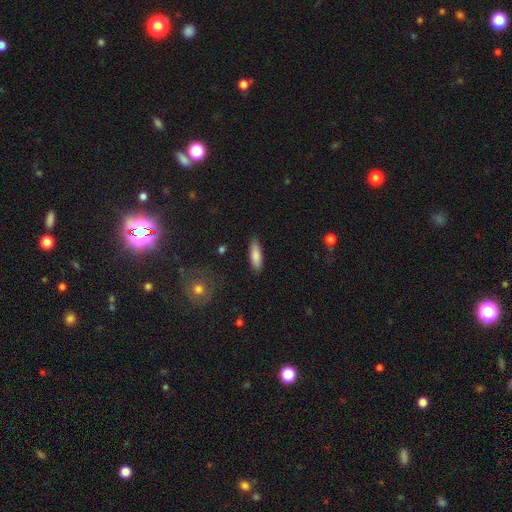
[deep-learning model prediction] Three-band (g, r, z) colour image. It shows a smooth galaxy with no disk features (84%) that is in between round and cigar-shaped (50%). Merging: none (86%).